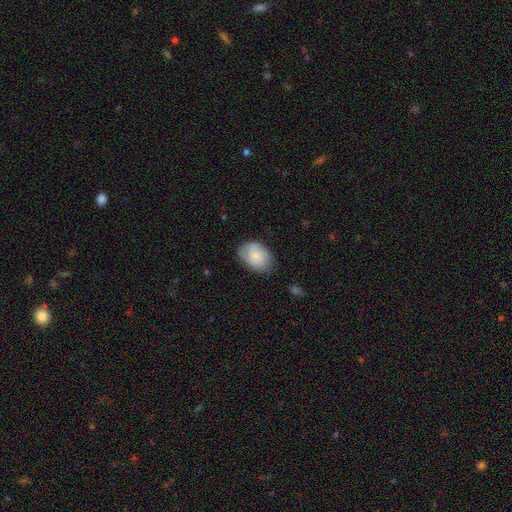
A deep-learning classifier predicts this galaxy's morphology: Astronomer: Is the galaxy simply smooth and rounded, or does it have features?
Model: smooth — 68%.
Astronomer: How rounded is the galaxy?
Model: in between — 79%.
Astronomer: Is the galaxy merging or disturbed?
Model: none — 68%.